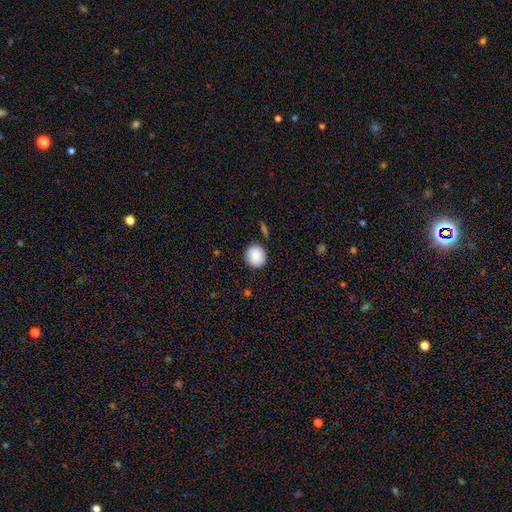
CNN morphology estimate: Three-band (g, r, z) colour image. It shows a smooth galaxy with no disk features (89%) that is round (85%). Merging: none (85%).